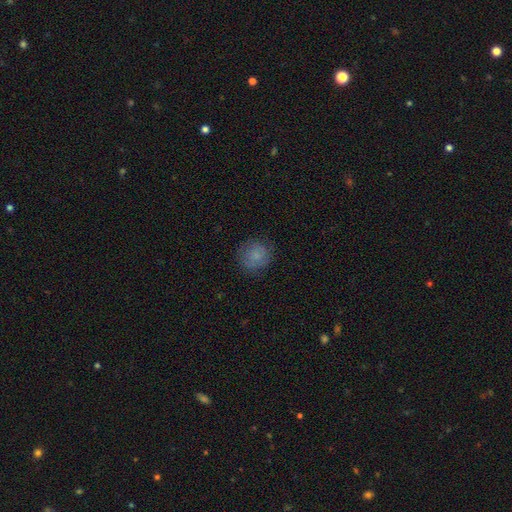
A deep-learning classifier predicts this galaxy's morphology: A smooth galaxy with no disk features (79%) that is round (87%). Merging: none (79%).